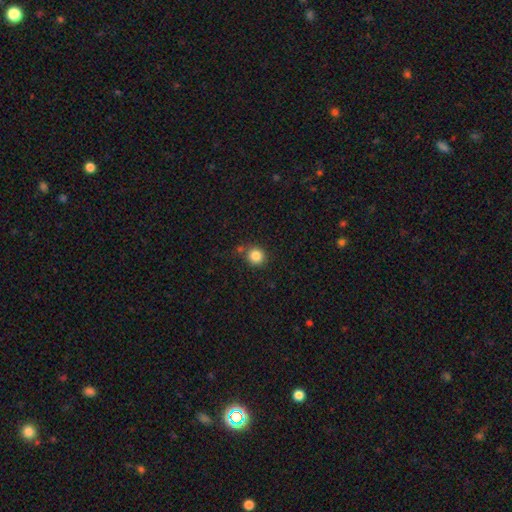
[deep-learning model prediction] Morphology: type=smooth (85%); roundness=round (90%); merging=none (78%).